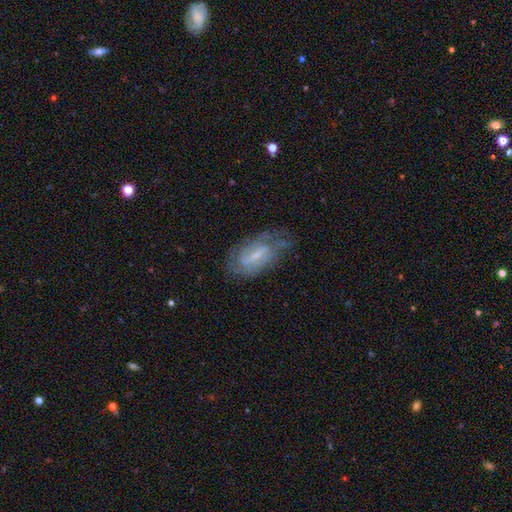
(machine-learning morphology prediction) Smooth or featured? featured or disk (74%)
Edge-on disk? no (93%)
Bar? weak (52%)
Spiral arms? yes (87%)
Spiral winding? tight (47%)
Spiral arm count? 2 (42%)
Bulge size? small (56%)
Merging? none (61%)